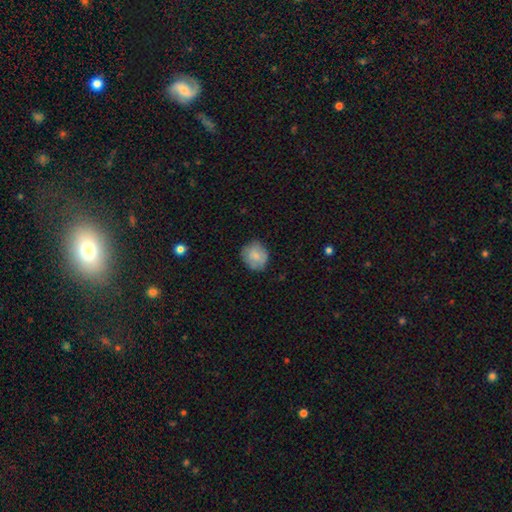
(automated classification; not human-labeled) A smooth galaxy with no disk features (78%) that is round (79%).

Vote fractions:
- Smooth or featured? smooth: 78% / featured or disk: 15% / star or artifact: 7%
- How rounded? round: 79% / in between: 20% / cigar-shaped: 1%
- Merging? none: 78% / minor disturbance: 17% / major disturbance: 4% / merger: 1%